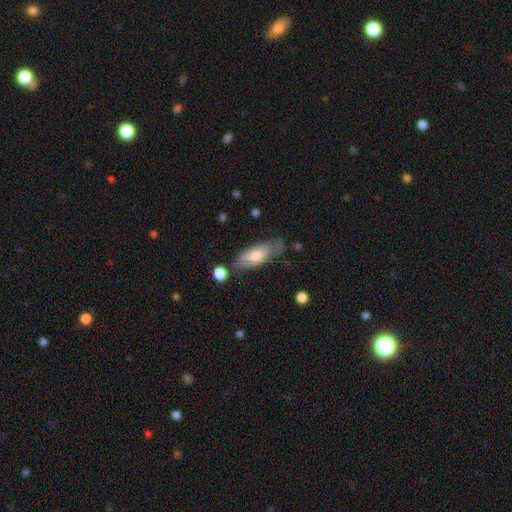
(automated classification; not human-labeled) This appears to be a smooth galaxy with no disk features (69%) that is in between round and cigar-shaped (75%). Merging: none (61%).